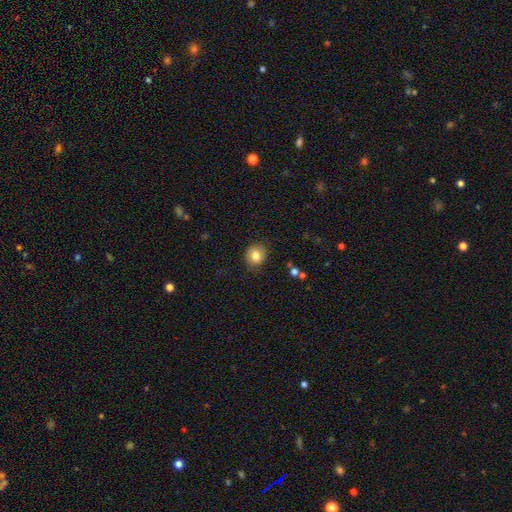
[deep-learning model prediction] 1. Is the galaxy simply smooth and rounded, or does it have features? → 79% smooth, 11% featured or disk, 10% star or artifact.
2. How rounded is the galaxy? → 76% round, 23% in between, 1% cigar-shaped.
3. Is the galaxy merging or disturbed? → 84% none, 12% minor disturbance, 3% major disturbance, 1% merger.